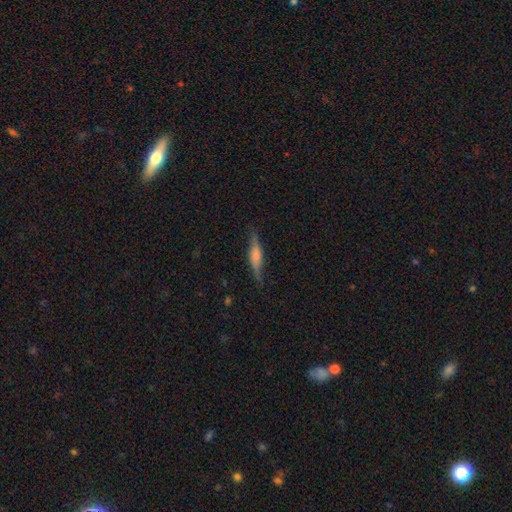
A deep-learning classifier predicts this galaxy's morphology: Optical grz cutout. It shows a featured or disk galaxy (49%). Merging: none (80%).